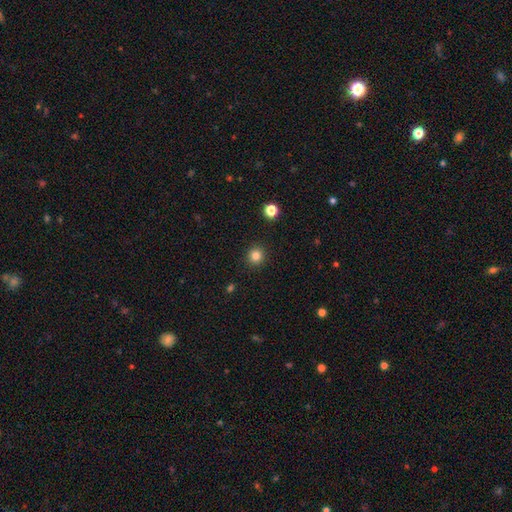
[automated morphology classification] type=smooth (83%); roundness=round (93%); merging=none (92%).